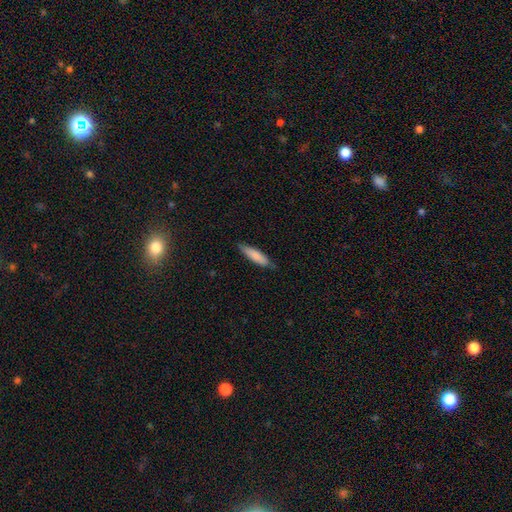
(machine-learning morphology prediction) Smooth or featured?
  - smooth: 81% *
  - featured or disk: 13%
  - star or artifact: 5%
How rounded?
  - cigar-shaped: 68% *
  - in between: 30%
  - round: 1%
Merging?
  - none: 79% *
  - minor disturbance: 17%
  - major disturbance: 2%
  - merger: 1%